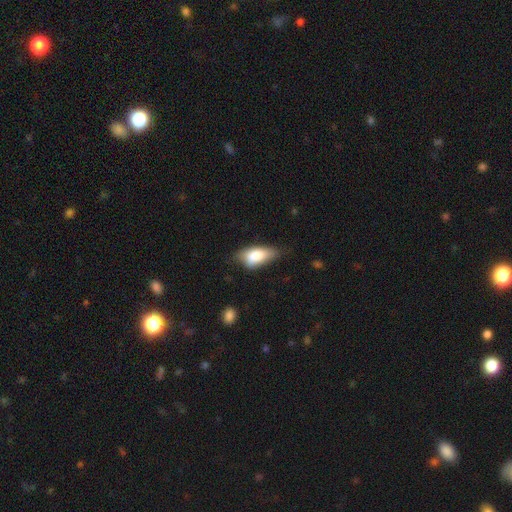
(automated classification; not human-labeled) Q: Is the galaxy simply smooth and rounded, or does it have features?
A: smooth — 79%.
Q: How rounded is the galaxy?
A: in between — 85%.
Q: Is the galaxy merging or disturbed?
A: none — 48%.